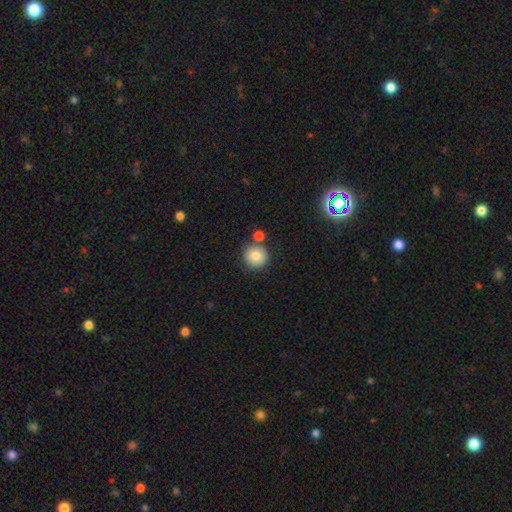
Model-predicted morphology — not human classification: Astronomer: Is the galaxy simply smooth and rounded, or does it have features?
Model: smooth — 82%.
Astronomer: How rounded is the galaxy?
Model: round — 94%.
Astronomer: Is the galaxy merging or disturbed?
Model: none — 73%.